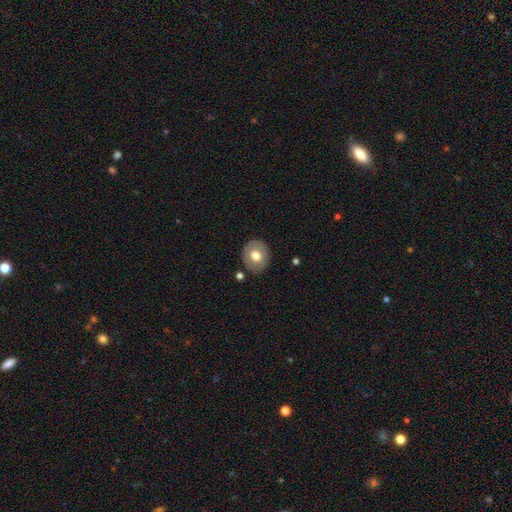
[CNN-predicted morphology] A smooth galaxy with no disk features (66%) that is round (67%). Merging: none (86%).